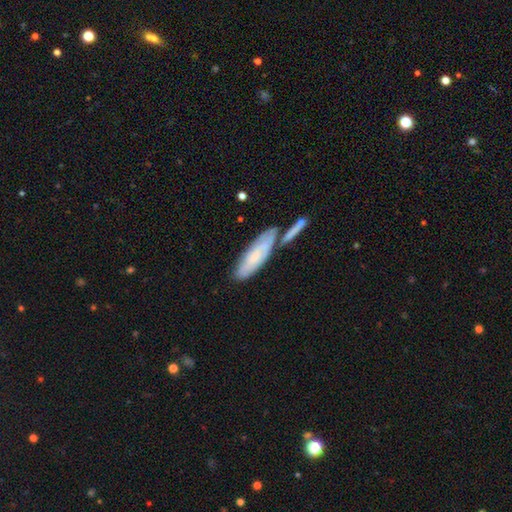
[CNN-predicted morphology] This is possibly a smooth galaxy (56%). How rounded: possibly in between (53%). Merging: possibly none (48%).